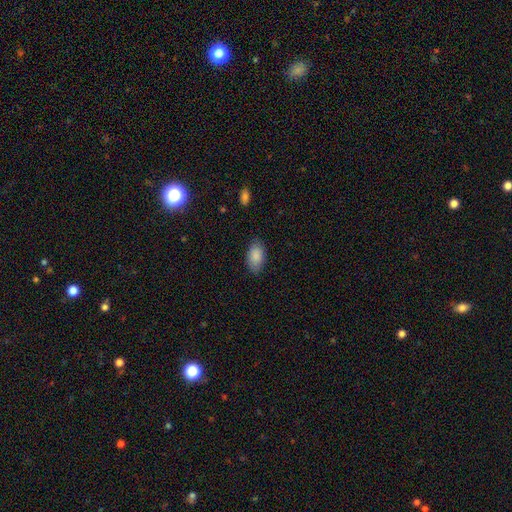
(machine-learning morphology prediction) smooth-or-featured: smooth: 87% | featured or disk: 7% | star or artifact: 7%
  how-rounded: in between: 94% | round: 4% | cigar-shaped: 2%
  merging: none: 82% | minor disturbance: 14% | major disturbance: 3% | merger: 1%